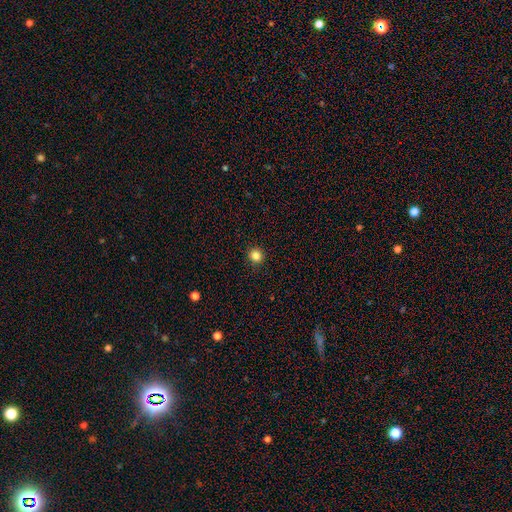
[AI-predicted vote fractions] Smooth or featured? smooth (85%)
How rounded? round (93%)
Merging? none (92%)